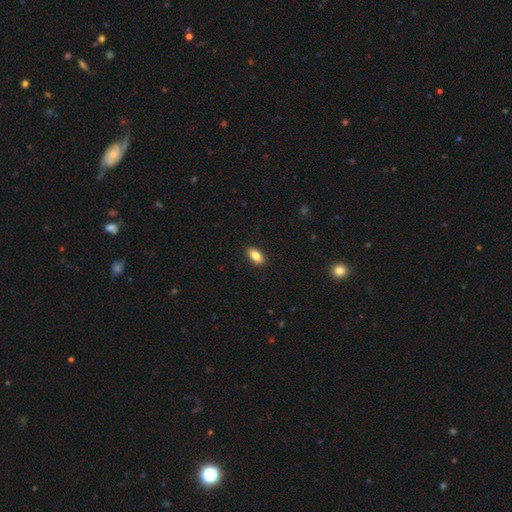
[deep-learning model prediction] smooth-or-featured: smooth: 80% | featured or disk: 13% | star or artifact: 7%
  how-rounded: in between: 87% | cigar-shaped: 9% | round: 4%
  merging: none: 90% | minor disturbance: 8% | major disturbance: 2% | merger: 1%